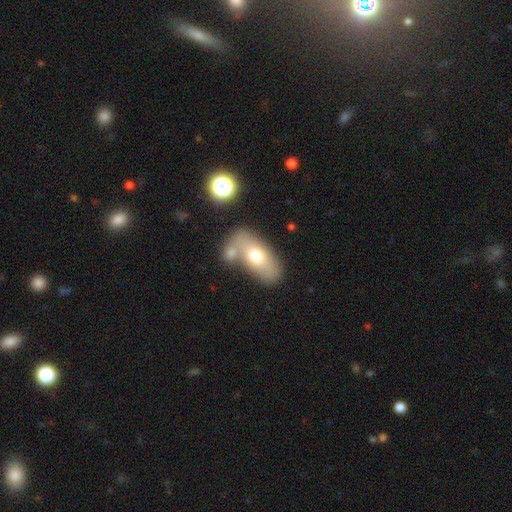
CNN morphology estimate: Smooth or featured?
  - smooth: 65% *
  - featured or disk: 27%
  - star or artifact: 8%
How rounded?
  - in between: 88% *
  - round: 7%
  - cigar-shaped: 6%
Merging?
  - none: 47% *
  - merger: 32%
  - minor disturbance: 15%
  - major disturbance: 6%